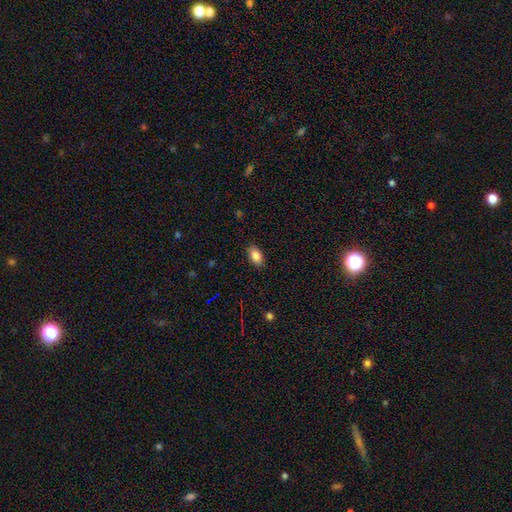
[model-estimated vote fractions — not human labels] Morphology: type=smooth (86%); roundness=in between (90%); merging=none (88%).